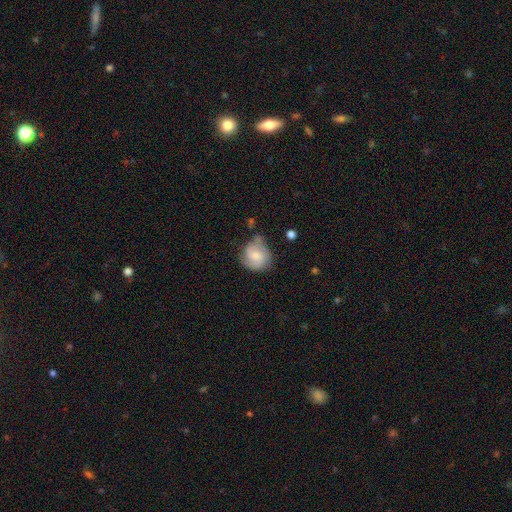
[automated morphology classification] This is possibly a featured or disk galaxy (47%). Merging: possibly none (58%).